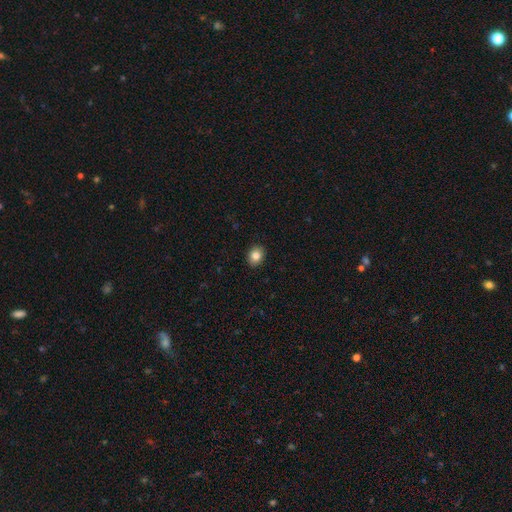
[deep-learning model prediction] Q: Smooth or featured?
A: smooth (83%); runner-up: star or artifact (10%)
Q: How rounded?
A: round (52%); runner-up: in between (47%)
Q: Merging?
A: none (91%); runner-up: minor disturbance (7%)